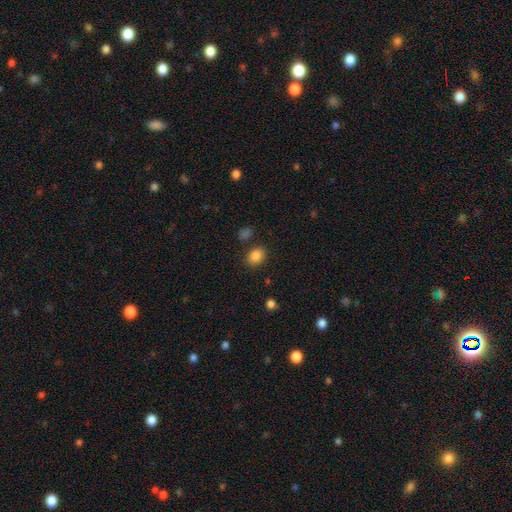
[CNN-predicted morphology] Smooth or featured? Predicted: smooth (p=0.85). How rounded? Predicted: in between (p=0.57). Merging? Predicted: none (p=0.81).